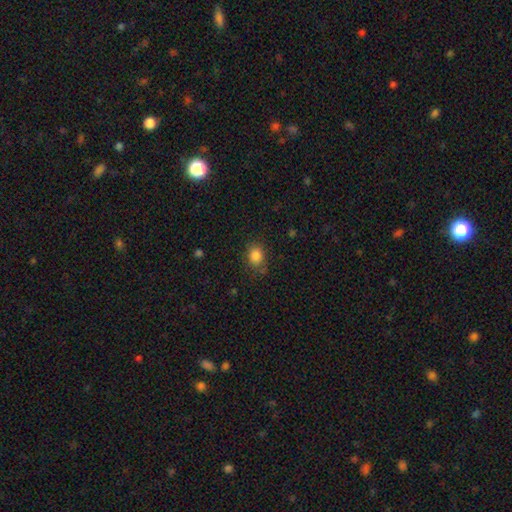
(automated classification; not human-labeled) Smooth or featured?
  - smooth: 84% *
  - star or artifact: 11%
  - featured or disk: 5%
How rounded?
  - round: 55% *
  - in between: 44%
  - cigar-shaped: 1%
Merging?
  - none: 74% *
  - minor disturbance: 18%
  - major disturbance: 5%
  - merger: 2%